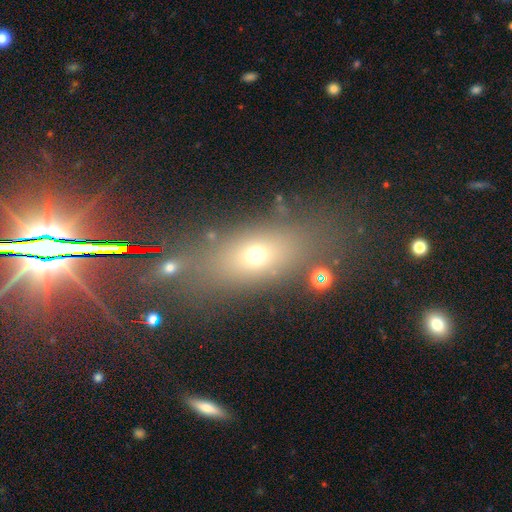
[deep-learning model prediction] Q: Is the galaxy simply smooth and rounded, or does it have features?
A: smooth — 62%.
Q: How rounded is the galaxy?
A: in between — 62%.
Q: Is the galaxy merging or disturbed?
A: none — 61%.